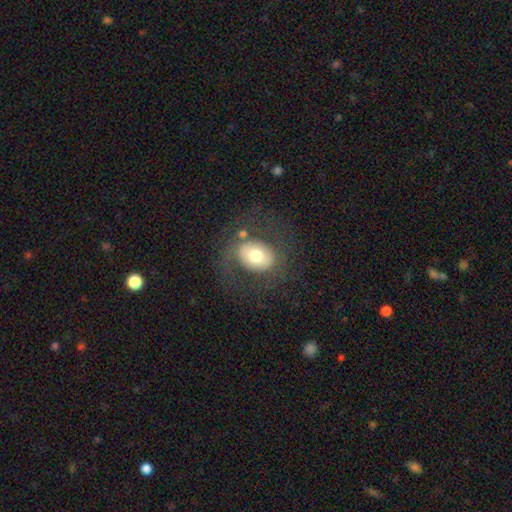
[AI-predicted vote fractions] Q: Smooth or featured?
A: smooth (57%); runner-up: featured or disk (33%)
Q: How rounded?
A: in between (63%); runner-up: round (36%)
Q: Merging?
A: none (67%); runner-up: minor disturbance (15%)